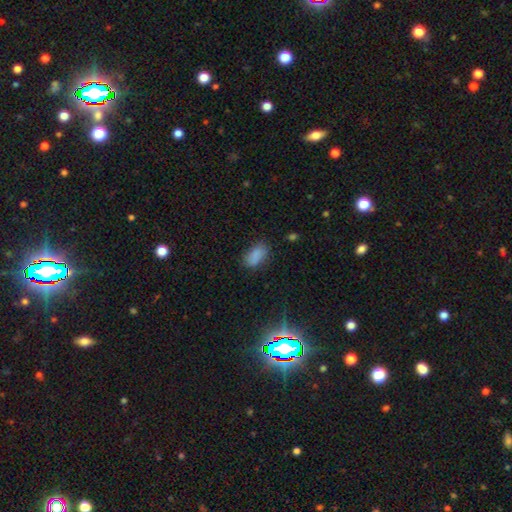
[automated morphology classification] This is clearly a smooth galaxy (85%). How rounded: clearly in between (92%). Merging: likely none (74%).